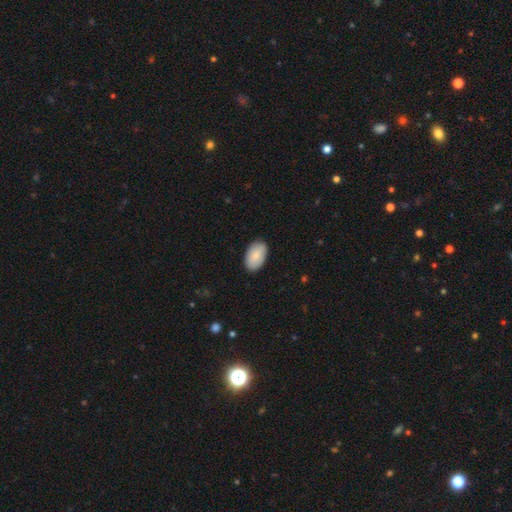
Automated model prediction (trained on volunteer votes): Q: Smooth or featured?
A: smooth (86%); runner-up: featured or disk (9%)
Q: How rounded?
A: in between (94%); runner-up: round (5%)
Q: Merging?
A: none (87%); runner-up: minor disturbance (10%)